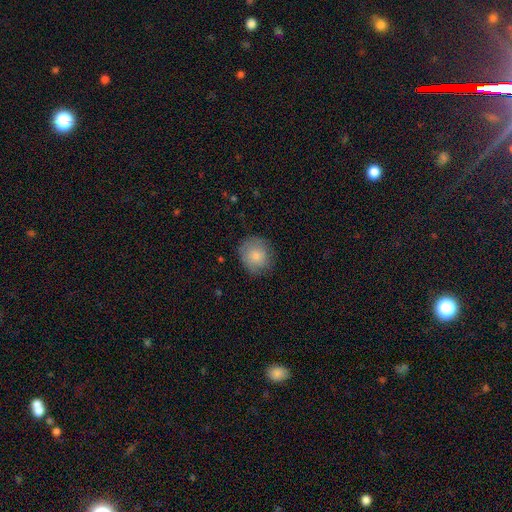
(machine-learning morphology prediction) smooth 79%, featured or disk 14%, star or artifact 7%. Down the decision tree: how rounded — round (83%); merging — none (78%).